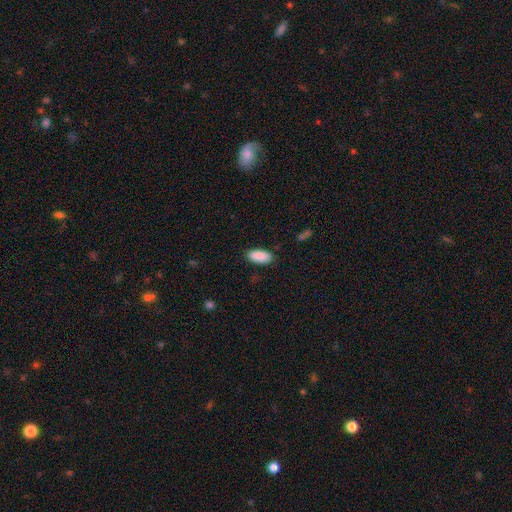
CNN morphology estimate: type=smooth (90%); roundness=in between (91%); merging=none (86%).